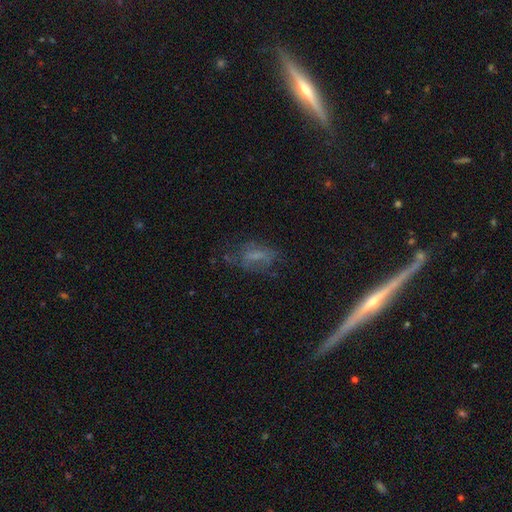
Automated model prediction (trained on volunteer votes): A smooth galaxy with no disk features (45%).

Vote fractions:
- Smooth or featured? smooth: 45% / featured or disk: 37% / star or artifact: 18%
- Merging? none: 51% / major disturbance: 23% / minor disturbance: 23% / merger: 3%